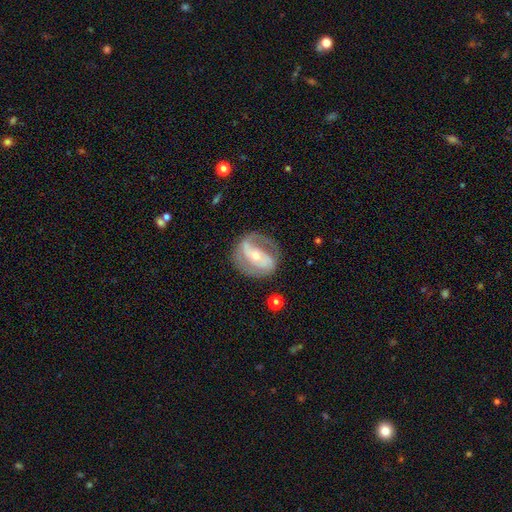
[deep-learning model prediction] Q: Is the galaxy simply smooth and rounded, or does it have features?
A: featured or disk — 82%.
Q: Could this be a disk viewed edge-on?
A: no — 96%.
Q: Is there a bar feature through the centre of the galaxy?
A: strong — 40%.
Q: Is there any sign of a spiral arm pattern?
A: yes — 87%.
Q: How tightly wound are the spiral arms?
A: medium — 44%.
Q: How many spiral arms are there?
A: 2 — 78%.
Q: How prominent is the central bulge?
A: small — 52%.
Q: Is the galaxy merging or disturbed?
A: none — 68%.